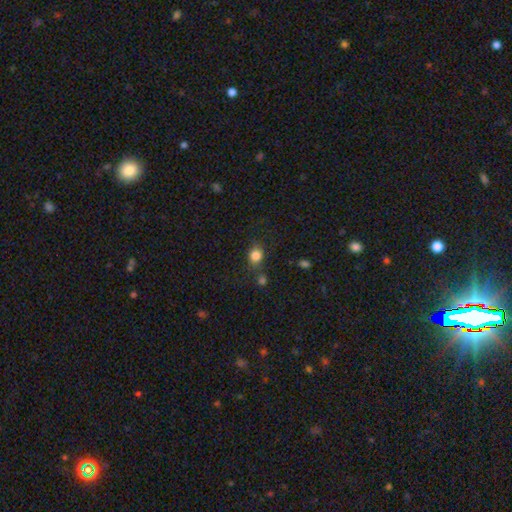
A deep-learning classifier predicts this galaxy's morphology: smooth-or-featured: smooth: 83% | star or artifact: 11% | featured or disk: 6%
  how-rounded: round: 64% | in between: 34% | cigar-shaped: 1%
  merging: none: 69% | minor disturbance: 16% | merger: 9% | major disturbance: 5%